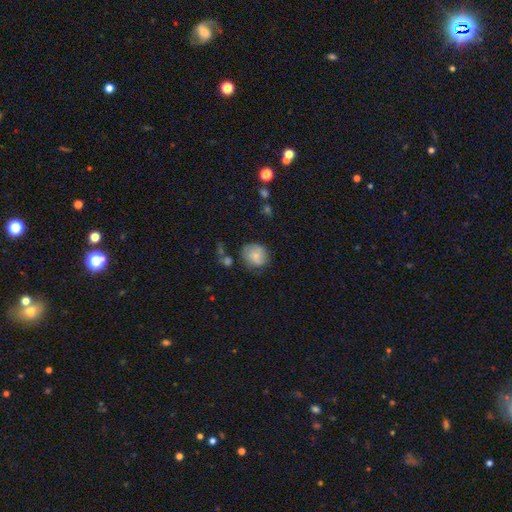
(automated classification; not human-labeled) smooth 73%, featured or disk 19%, star or artifact 8%. Down the decision tree: how rounded — round (79%); merging — none (64%).